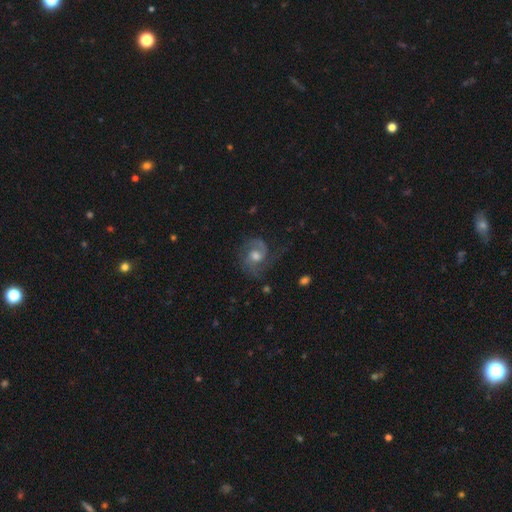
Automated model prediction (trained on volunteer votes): featured or disk 81%, smooth 12%, star or artifact 8%. Down the decision tree: edge-on disk — no (98%); bar — no (62%); spiral arms — yes (95%); spiral arm count — 2 (76%); spiral winding — medium (52%); bulge size — moderate (65%); merging — none (66%).